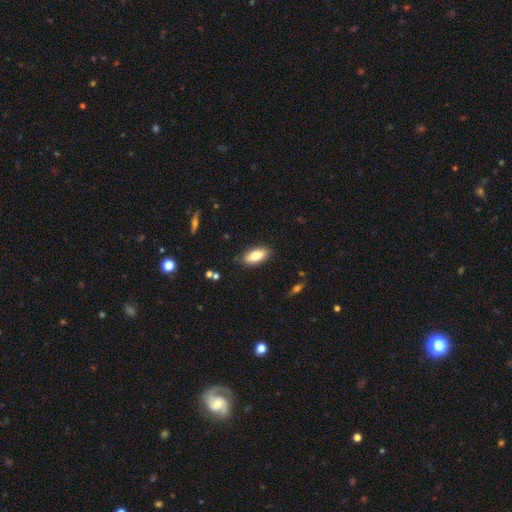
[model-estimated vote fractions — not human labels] A smooth galaxy with no disk features (79%) that is in between round and cigar-shaped (85%). Merging: none (86%).